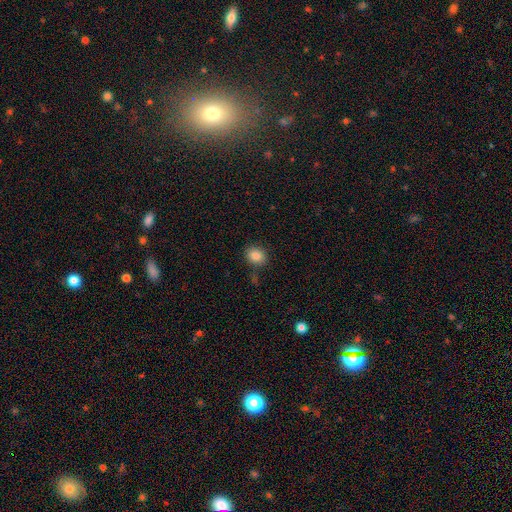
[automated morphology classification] Smooth or featured? smooth (86%)
How rounded? round (57%)
Merging? none (82%)